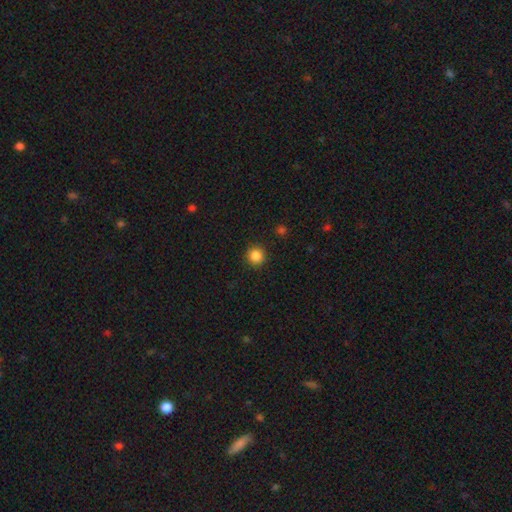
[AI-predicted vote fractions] smooth-or-featured: smooth: 86% | star or artifact: 11% | featured or disk: 3%
  how-rounded: round: 94% | in between: 5% | cigar-shaped: 1%
  merging: none: 92% | minor disturbance: 5% | major disturbance: 2% | merger: 1%